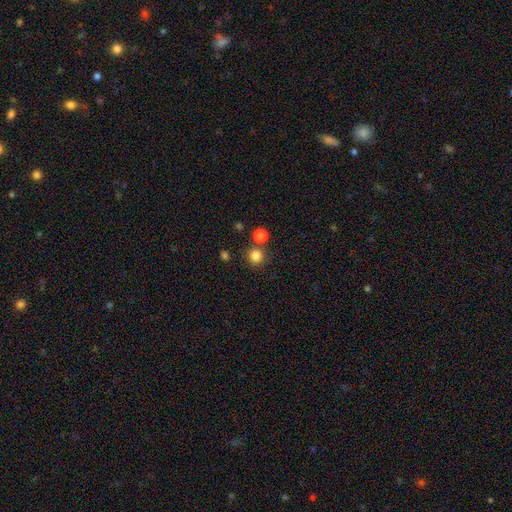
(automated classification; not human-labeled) smooth 82%, star or artifact 14%, featured or disk 4%. Down the decision tree: how rounded — round (94%); merging — none (78%).